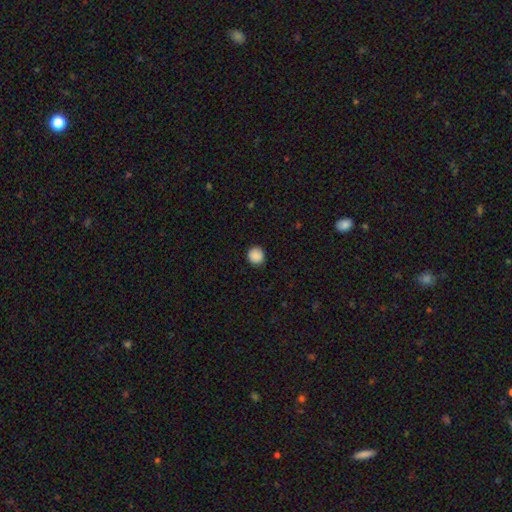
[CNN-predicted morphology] Q: Smooth or featured?
A: smooth (89%); runner-up: star or artifact (9%)
Q: How rounded?
A: round (92%); runner-up: in between (7%)
Q: Merging?
A: none (90%); runner-up: minor disturbance (7%)